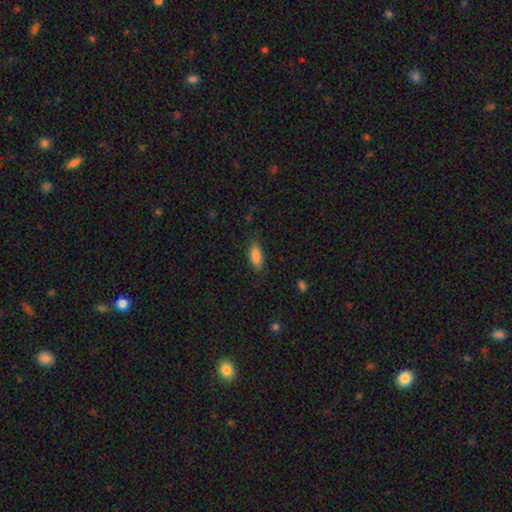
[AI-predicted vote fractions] The model was most divided on "how rounded": in between: 79%, cigar-shaped: 19%, round: 2%. More confident: smooth or featured — smooth (85%); merging — none (81%).